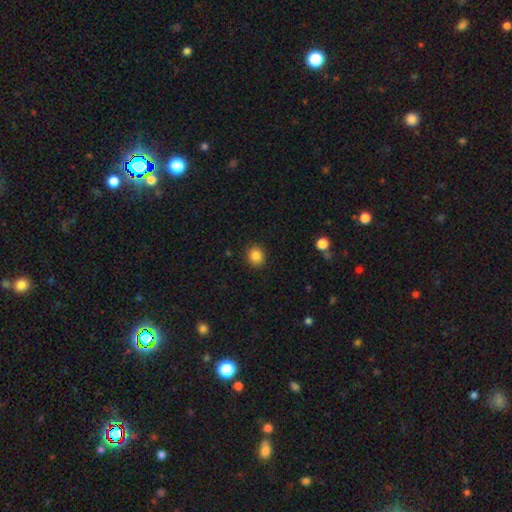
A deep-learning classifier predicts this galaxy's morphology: Smooth or featured: smooth — 86% (star or artifact — 10%)
How rounded: round — 77% (in between — 22%)
Merging: none — 90% (minor disturbance — 7%)